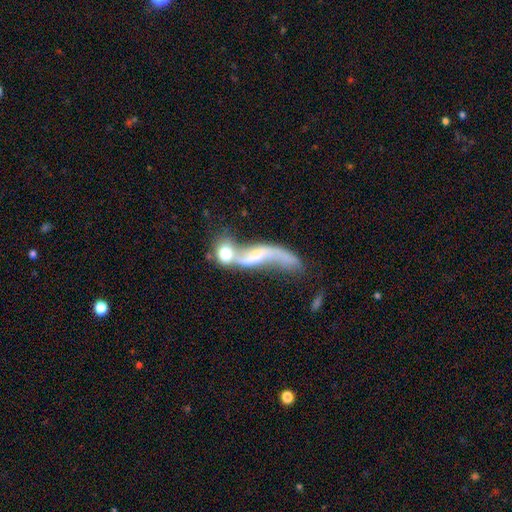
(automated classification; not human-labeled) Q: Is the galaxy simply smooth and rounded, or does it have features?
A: featured or disk — 72%.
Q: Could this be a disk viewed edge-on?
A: no — 84%.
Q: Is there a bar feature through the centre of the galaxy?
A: no — 55%.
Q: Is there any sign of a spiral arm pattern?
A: yes — 76%.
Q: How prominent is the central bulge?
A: small — 45%.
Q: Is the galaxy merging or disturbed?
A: merger — 50%.